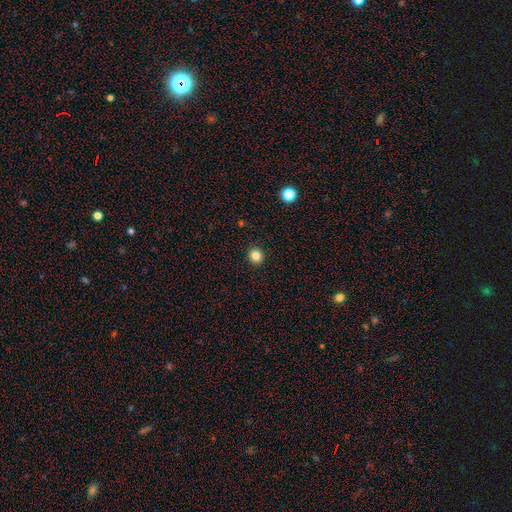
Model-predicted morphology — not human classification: Overall: smooth (83%). How rounded: round (92%). Merging: none (93%).